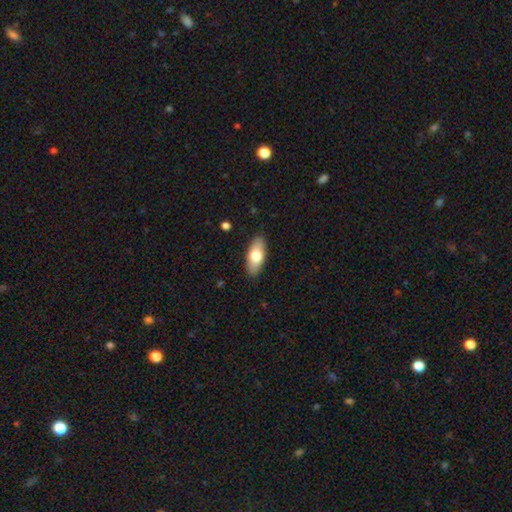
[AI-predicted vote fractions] Morphology: type=smooth (73%); roundness=in between (85%); merging=none (88%).